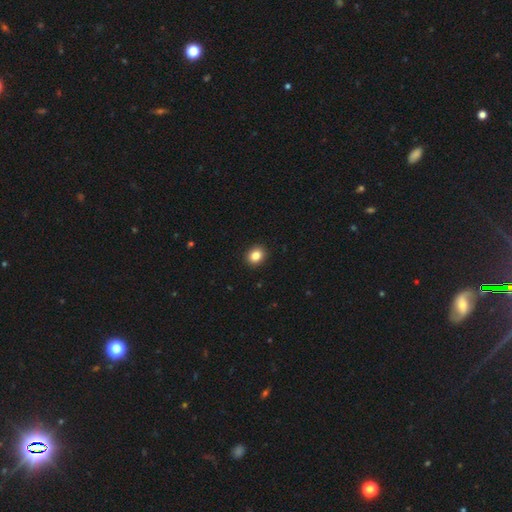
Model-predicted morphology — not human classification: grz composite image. It shows a smooth galaxy with no disk features (85%) that is round (62%). Merging: none (92%).